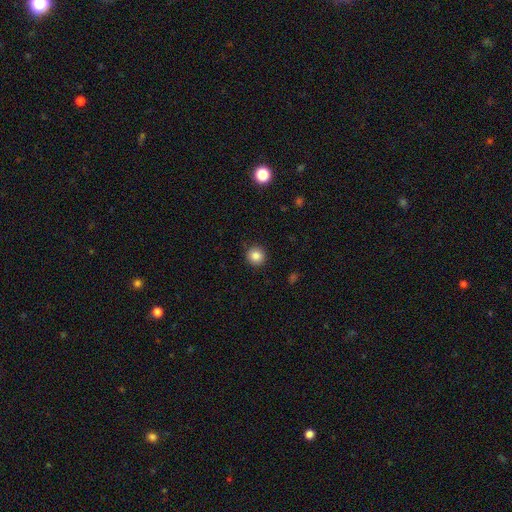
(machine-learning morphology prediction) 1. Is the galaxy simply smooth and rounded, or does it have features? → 85% smooth, 10% star or artifact, 5% featured or disk.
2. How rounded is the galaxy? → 93% round, 6% in between, 1% cigar-shaped.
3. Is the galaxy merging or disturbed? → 90% none, 7% minor disturbance, 2% major disturbance, 1% merger.